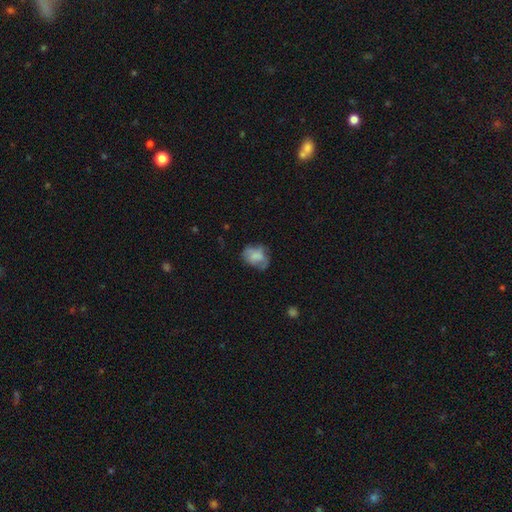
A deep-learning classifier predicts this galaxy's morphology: Smooth or featured? smooth (62%)
How rounded? in between (65%)
Merging? none (47%)